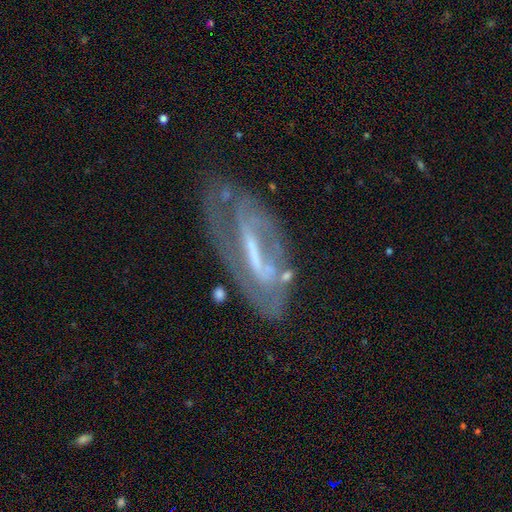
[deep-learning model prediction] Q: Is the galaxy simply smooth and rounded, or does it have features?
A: featured or disk — 77%.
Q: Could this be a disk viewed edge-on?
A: no — 83%.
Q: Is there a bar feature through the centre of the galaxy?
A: strong — 54%.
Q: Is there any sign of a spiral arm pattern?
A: yes — 66%.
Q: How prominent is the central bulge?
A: small — 39%.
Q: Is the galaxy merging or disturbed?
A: none — 57%.